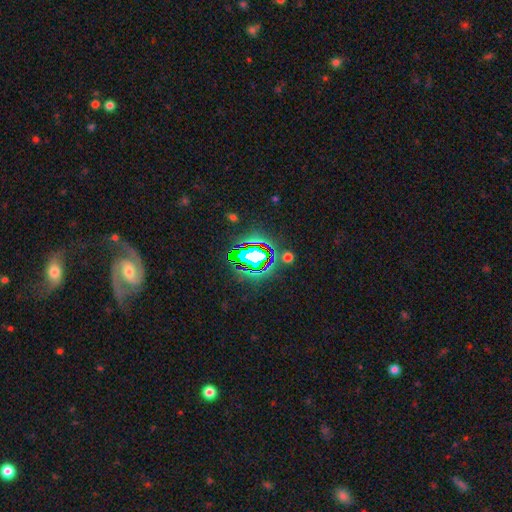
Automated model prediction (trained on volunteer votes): Smooth or featured: star or artifact — 69% (smooth — 17%)